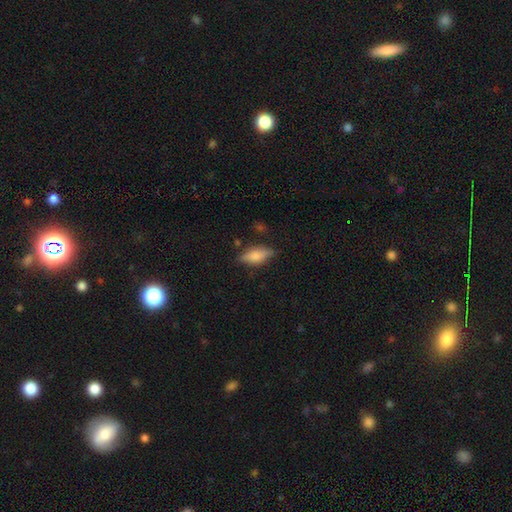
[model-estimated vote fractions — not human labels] Smooth or featured? smooth (69%)
How rounded? in between (74%)
Merging? none (75%)